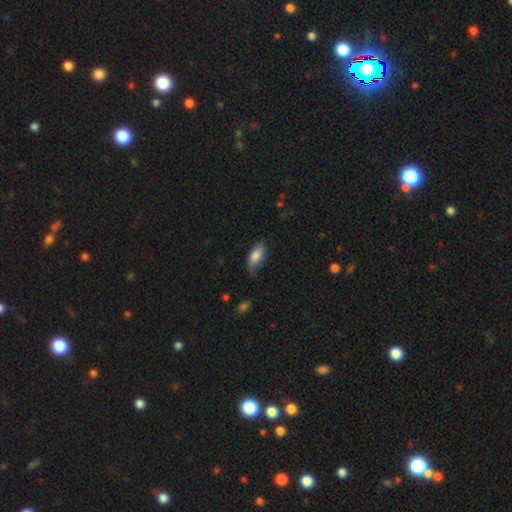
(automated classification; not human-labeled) smooth-or-featured: smooth: 76% | featured or disk: 17% | star or artifact: 7%
  how-rounded: in between: 84% | cigar-shaped: 13% | round: 3%
  merging: none: 55% | minor disturbance: 34% | major disturbance: 9% | merger: 2%